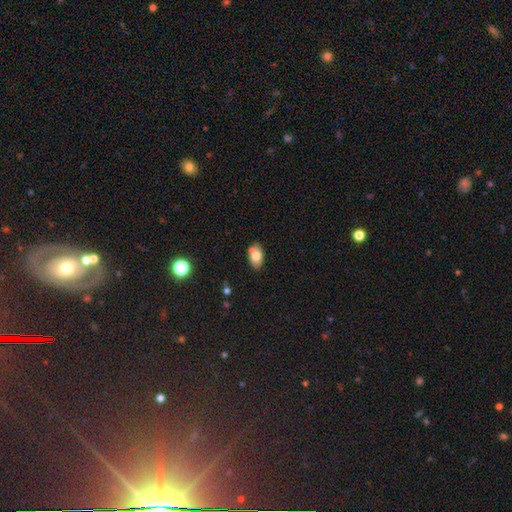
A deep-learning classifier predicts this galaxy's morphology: Smooth or featured? smooth (78%)
How rounded? in between (90%)
Merging? none (70%)